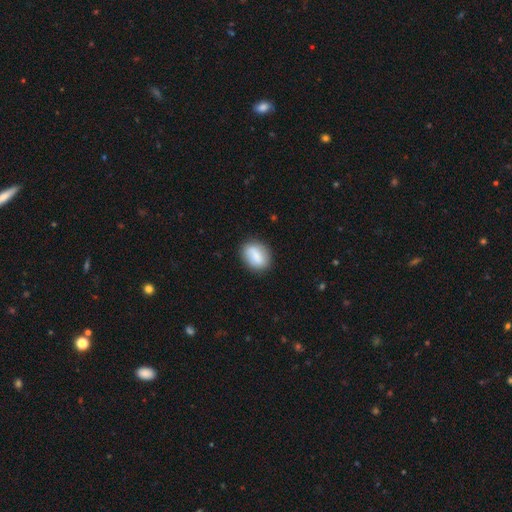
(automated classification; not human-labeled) smooth_or_featured: smooth (p=0.80) [alt: featured or disk p=0.13]
how_rounded: in between (p=0.68) [alt: round p=0.30]
merging: none (p=0.81) [alt: minor disturbance p=0.14]